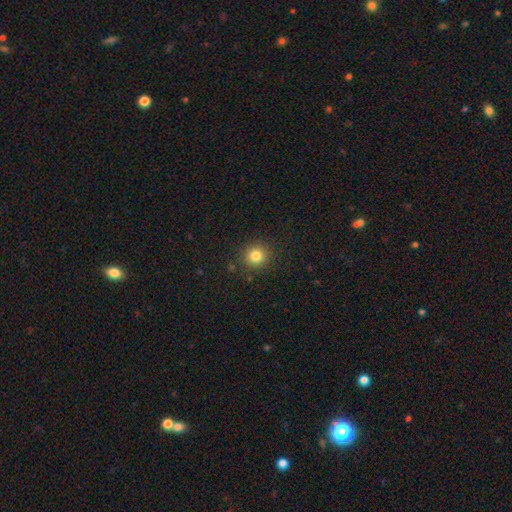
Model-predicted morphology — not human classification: smooth_or_featured: smooth (p=0.82) [alt: star or artifact p=0.13]
how_rounded: round (p=0.92) [alt: in between p=0.07]
merging: none (p=0.90) [alt: minor disturbance p=0.07]